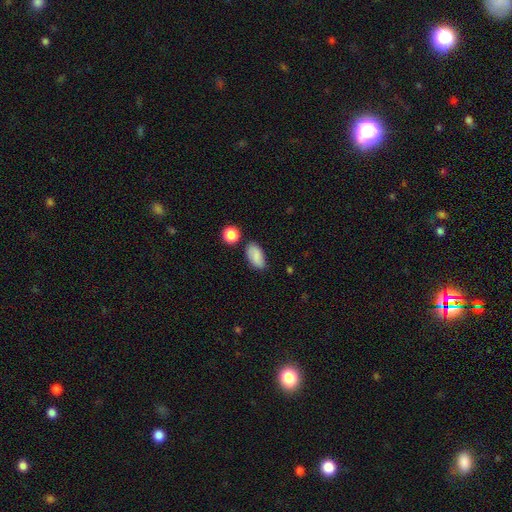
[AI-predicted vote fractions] A smooth galaxy with no disk features (84%) that is in between round and cigar-shaped (92%). Merging: none (74%).